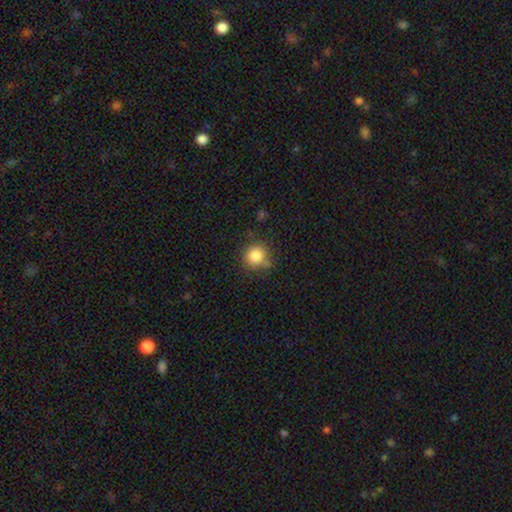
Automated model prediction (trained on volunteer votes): Q: Smooth or featured?
A: smooth (83%); runner-up: star or artifact (11%)
Q: How rounded?
A: round (88%); runner-up: in between (11%)
Q: Merging?
A: none (75%); runner-up: minor disturbance (15%)